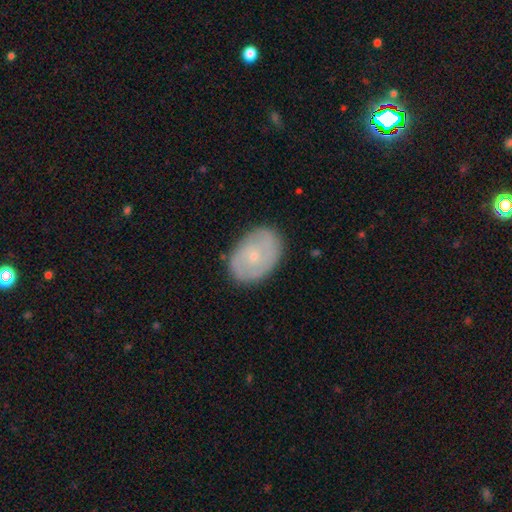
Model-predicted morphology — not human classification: This appears to be a featured or disk galaxy (51%). Merging: none (81%).